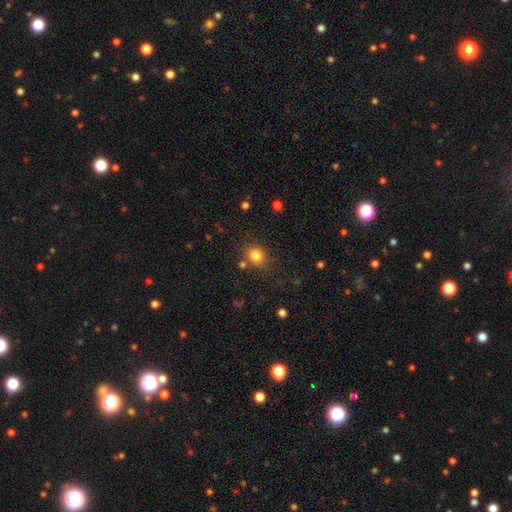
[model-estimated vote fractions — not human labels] smooth_or_featured: smooth (p=0.82) [alt: star or artifact p=0.12]
how_rounded: round (p=0.71) [alt: in between p=0.28]
merging: none (p=0.76) [alt: minor disturbance p=0.12]